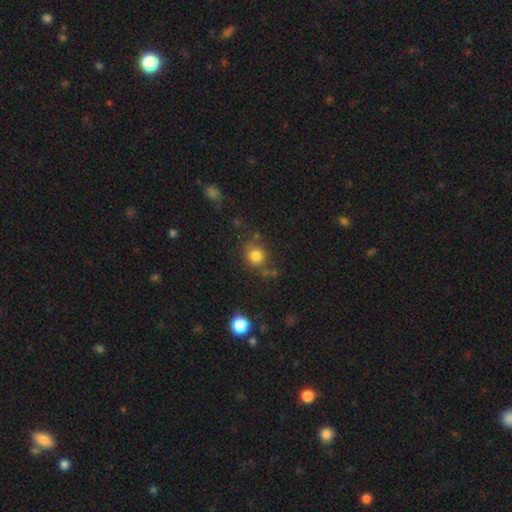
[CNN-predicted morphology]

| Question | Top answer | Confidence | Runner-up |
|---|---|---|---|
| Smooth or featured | smooth | 81% | star or artifact (12%) |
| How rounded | round | 83% | in between (16%) |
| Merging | none | 70% | minor disturbance (16%) |